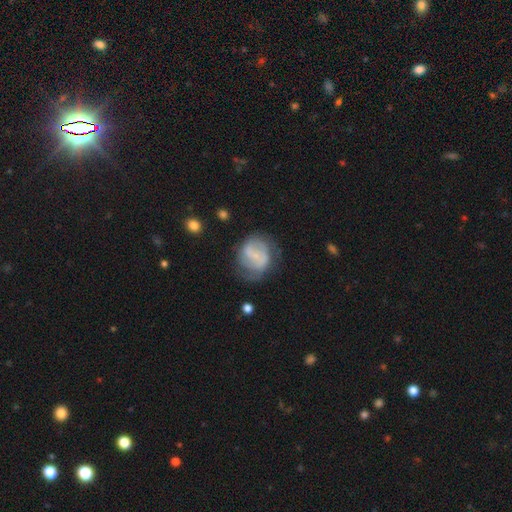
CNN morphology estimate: smooth_or_featured: featured or disk (p=0.55) [alt: smooth p=0.38]
disk_edge_on: no (p=0.98) [alt: yes p=0.02]
bar: no (p=0.45) [alt: weak p=0.41]
has_spiral_arms: yes (p=0.69) [alt: no p=0.31]
bulge_size: small (p=0.62) [alt: none p=0.19]
merging: none (p=0.52) [alt: minor disturbance p=0.26]